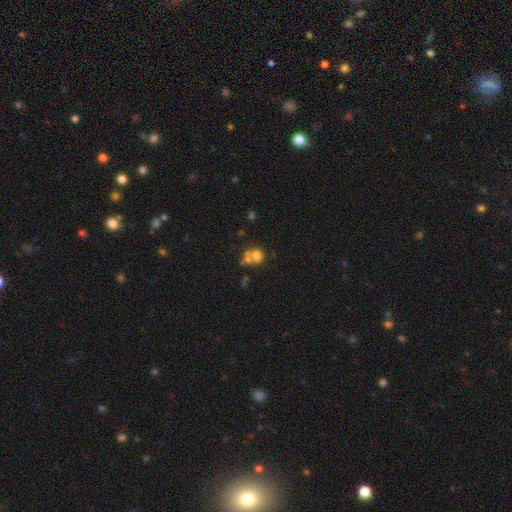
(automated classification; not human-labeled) Smooth or featured? smooth (63%)
How rounded? round (63%)
Merging? merger (48%)